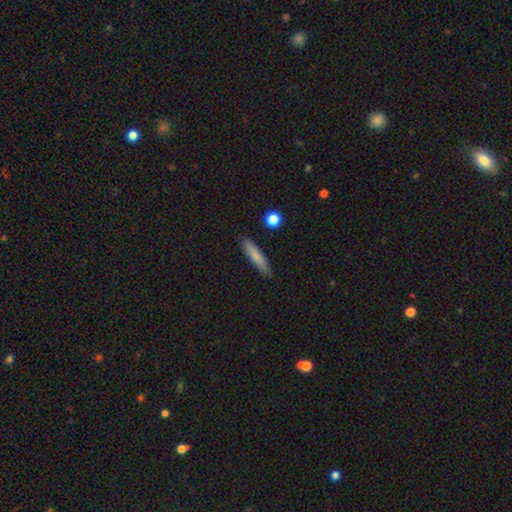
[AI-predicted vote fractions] Smooth or featured: smooth — 77% (featured or disk — 16%)
How rounded: cigar-shaped — 86% (in between — 12%)
Merging: none — 88% (minor disturbance — 9%)